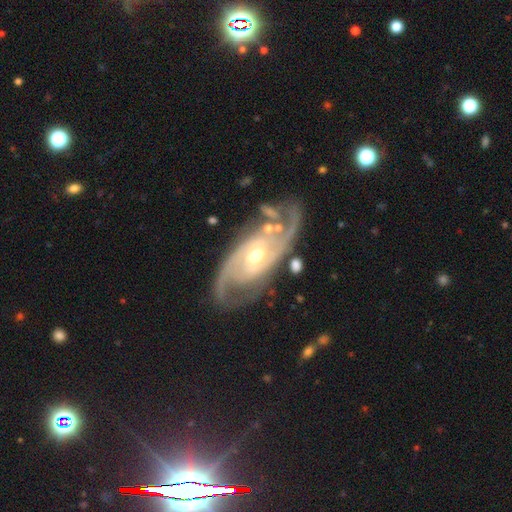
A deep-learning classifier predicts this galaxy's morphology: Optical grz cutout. It shows a featured or disk galaxy (92%) with no bar (49%), 2 (69%) tight (47%) spiral arms (98%) and a moderate central bulge (61%). Merging: none (71%).